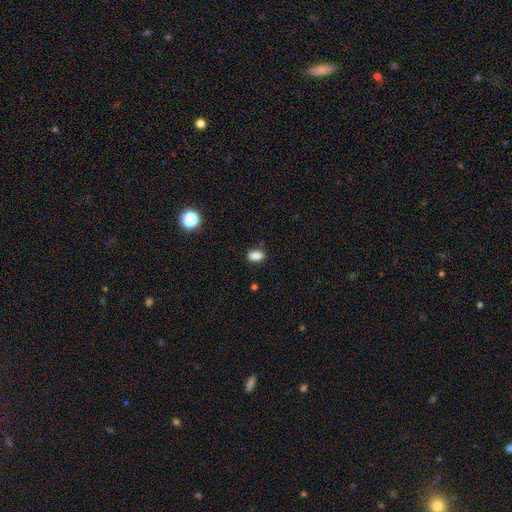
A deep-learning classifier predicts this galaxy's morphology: Smooth or featured? smooth (86%)
How rounded? in between (87%)
Merging? none (84%)